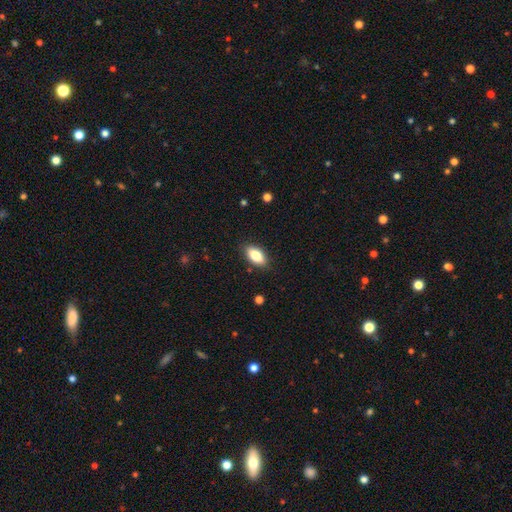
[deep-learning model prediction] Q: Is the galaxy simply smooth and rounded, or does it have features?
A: smooth — 83%.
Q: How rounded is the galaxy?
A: in between — 90%.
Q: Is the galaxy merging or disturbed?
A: none — 87%.